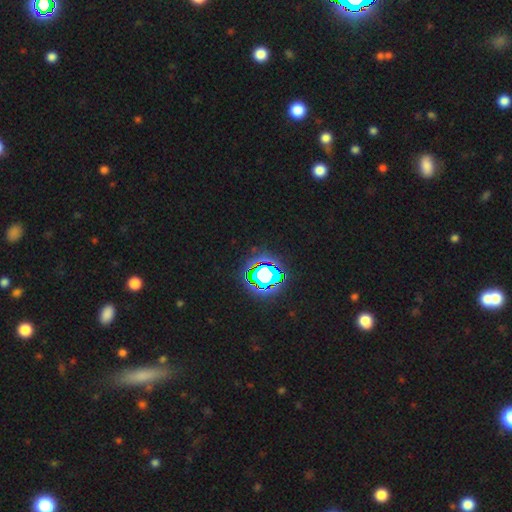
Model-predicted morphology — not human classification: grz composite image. It shows a star or artifact, not a galaxy (79%).